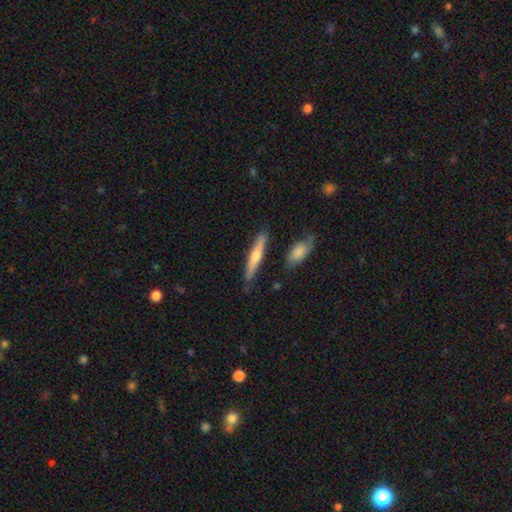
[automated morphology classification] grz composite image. It shows a featured or disk galaxy (52%) viewed edge-on (94%). Merging: none (84%).